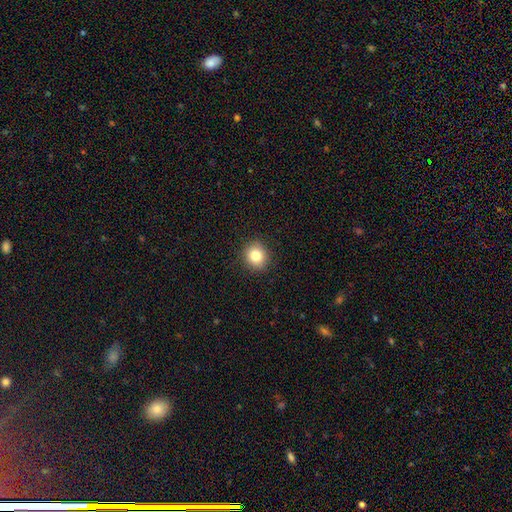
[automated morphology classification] smooth 82%, star or artifact 11%, featured or disk 7%. Down the decision tree: how rounded — round (85%); merging — none (91%).